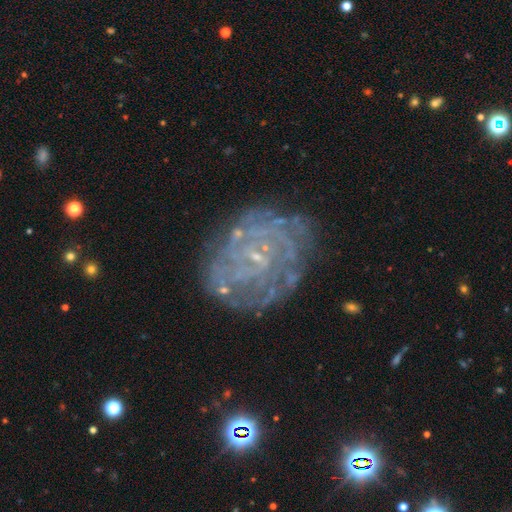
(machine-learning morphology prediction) Q: Smooth or featured?
A: featured or disk (79%); runner-up: smooth (11%)
Q: Edge-on disk?
A: no (98%); runner-up: yes (2%)
Q: Bar?
A: no (63%); runner-up: weak (30%)
Q: Spiral arms?
A: yes (84%); runner-up: no (16%)
Q: Spiral winding?
A: tight (70%); runner-up: medium (22%)
Q: Spiral arm count?
A: can't tell (47%); runner-up: 2 (13%)
Q: Bulge size?
A: small (77%); runner-up: none (14%)
Q: Merging?
A: none (74%); runner-up: minor disturbance (16%)